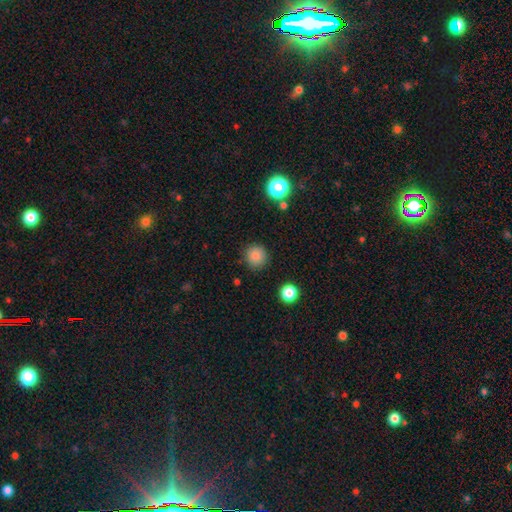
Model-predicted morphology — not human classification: A smooth galaxy with no disk features (85%) that is round (93%). Merging: none (88%).